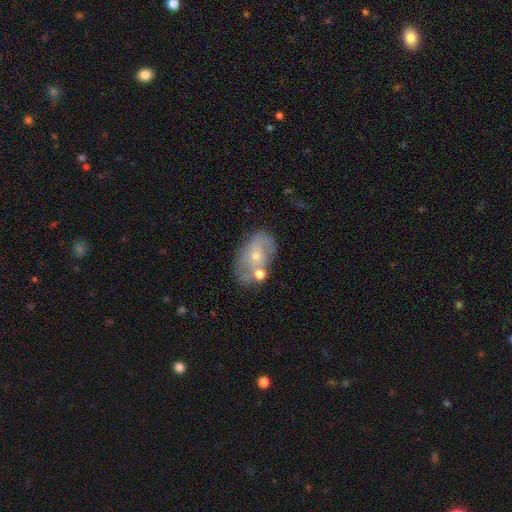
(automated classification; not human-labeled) Smooth or featured: featured or disk — 51% (smooth — 39%)
Edge-on disk: no — 94% (yes — 6%)
Merging: none — 57% (minor disturbance — 21%)